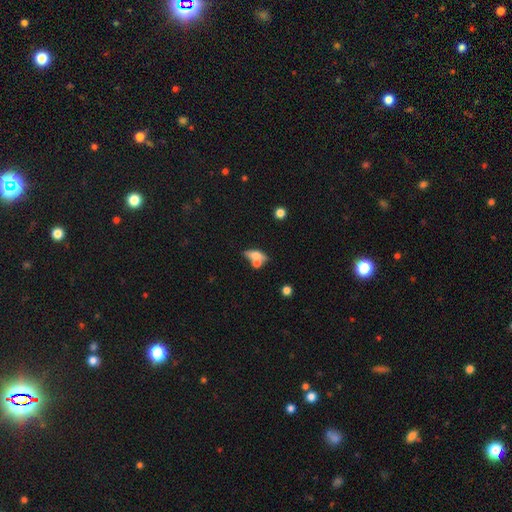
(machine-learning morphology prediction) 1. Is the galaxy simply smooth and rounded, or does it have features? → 59% smooth, 31% featured or disk, 9% star or artifact.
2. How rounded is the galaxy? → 68% in between, 24% cigar-shaped, 9% round.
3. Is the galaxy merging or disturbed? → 41% none (tied), 41% merger (tied), 12% minor disturbance, 6% major disturbance.